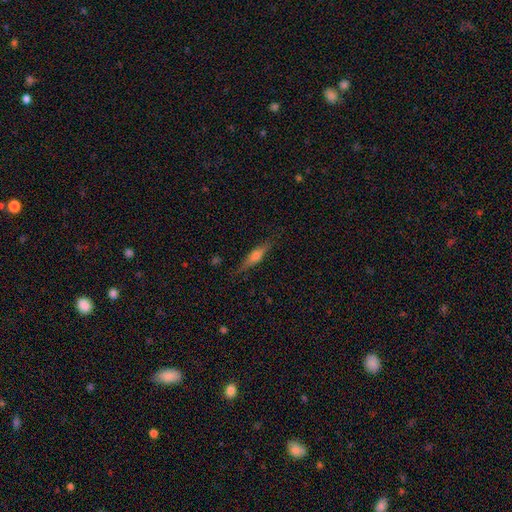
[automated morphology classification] Smooth or featured?
  - featured or disk: 52% *
  - smooth: 40%
  - star or artifact: 8%
Edge-on disk?
  - yes: 94% *
  - no: 6%
Merging?
  - none: 83% *
  - minor disturbance: 13%
  - major disturbance: 3%
  - merger: 1%